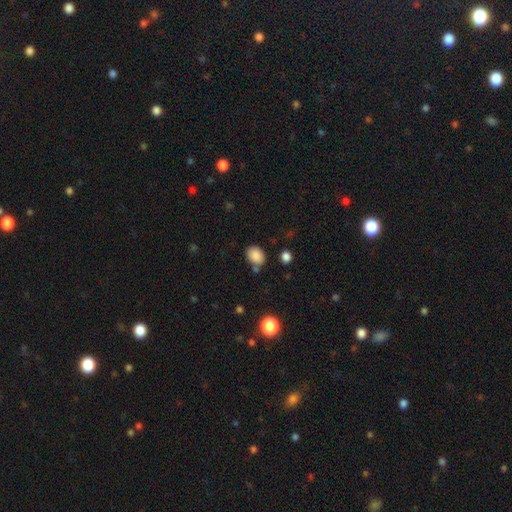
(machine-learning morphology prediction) A smooth galaxy with no disk features (87%) that is in between round and cigar-shaped (65%). Merging: none (70%).